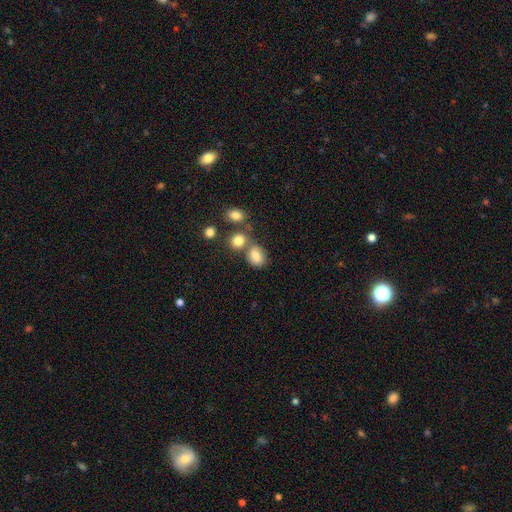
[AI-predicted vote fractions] This is clearly a smooth galaxy (81%). How rounded: likely in between (62%). Merging: possibly none (55%).